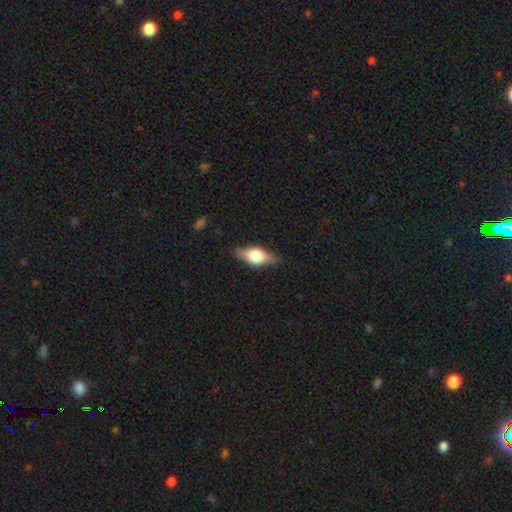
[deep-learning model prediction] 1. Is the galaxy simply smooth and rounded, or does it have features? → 49% smooth, 43% featured or disk, 7% star or artifact.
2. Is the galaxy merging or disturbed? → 80% none, 15% minor disturbance, 3% major disturbance, 1% merger.